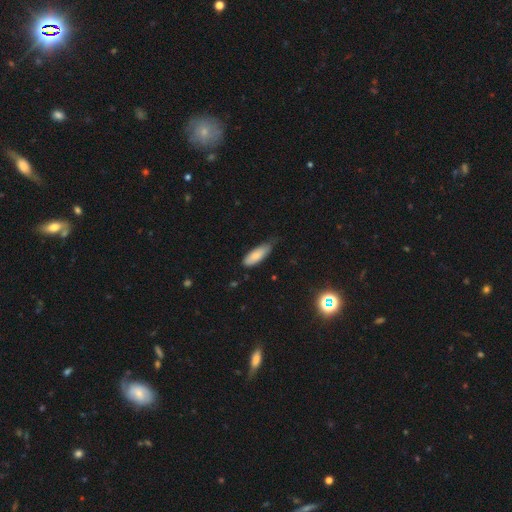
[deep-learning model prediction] The model was most divided on "merging": none: 54%, minor disturbance: 39%, major disturbance: 6%, merger: 2%. More confident: smooth or featured — smooth (82%); how rounded — in between (64%).